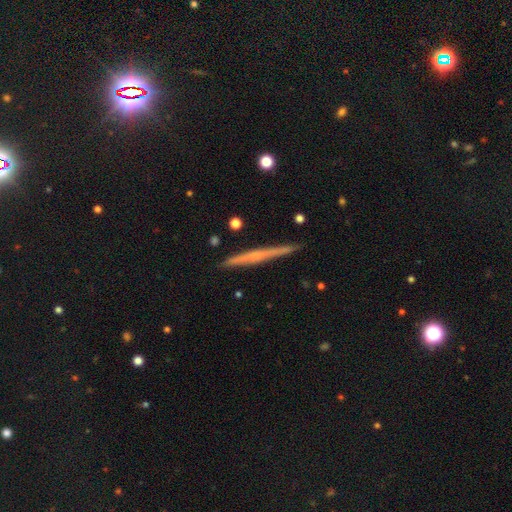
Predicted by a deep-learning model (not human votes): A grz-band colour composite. It shows a featured or disk galaxy (58%) viewed edge-on (98%) with no central bulge (71%). Merging: none (90%).